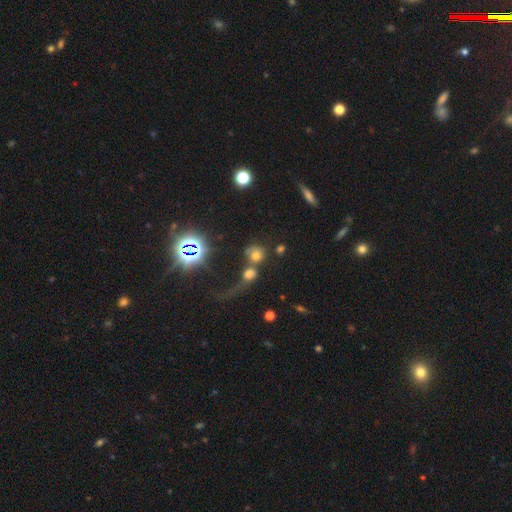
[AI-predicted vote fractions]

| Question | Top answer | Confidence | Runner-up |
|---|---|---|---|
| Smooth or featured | smooth | 58% | star or artifact (26%) |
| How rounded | round | 83% | in between (16%) |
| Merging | merger | 46% | none (37%) |